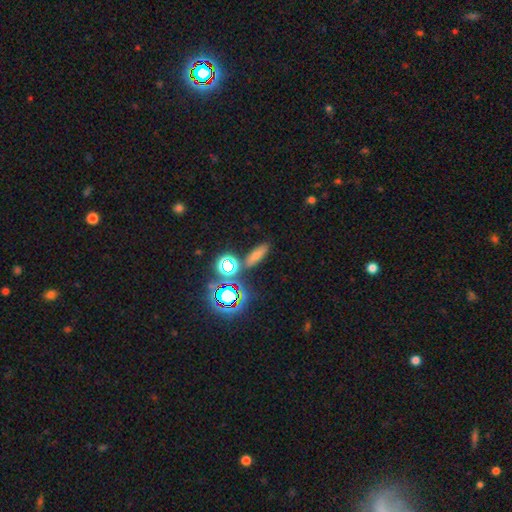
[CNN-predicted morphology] Smooth or featured?
  - smooth: 61% *
  - star or artifact: 26%
  - featured or disk: 13%
How rounded?
  - in between: 49% *
  - cigar-shaped: 41%
  - round: 9%
Merging?
  - none: 81% *
  - minor disturbance: 10%
  - merger: 6%
  - major disturbance: 3%